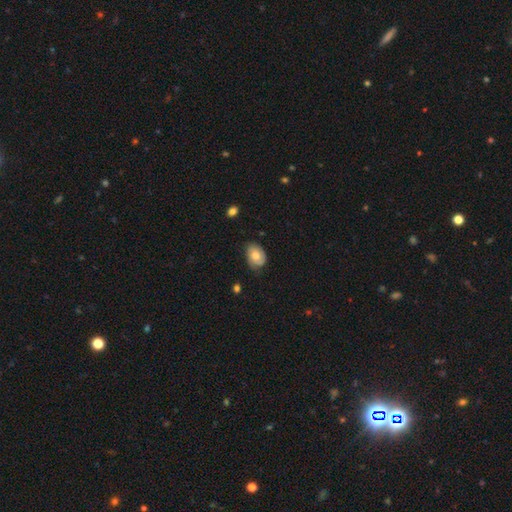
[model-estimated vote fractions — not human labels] The model was most divided on "smooth or featured": smooth: 59%, featured or disk: 34%, star or artifact: 7%. More confident: how rounded — in between (77%); merging — none (64%).